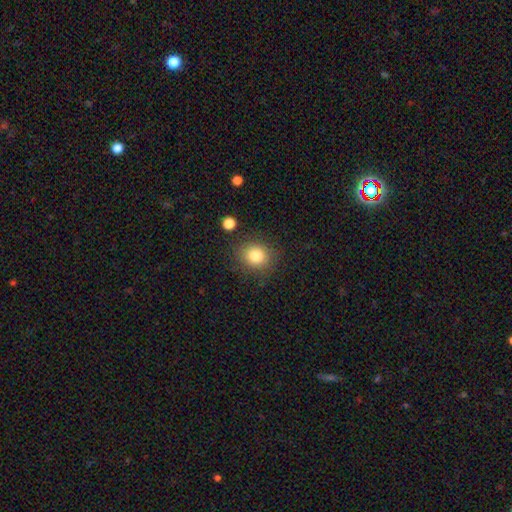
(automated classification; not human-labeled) Smooth or featured? Predicted: smooth (p=0.81). How rounded? Predicted: round (p=0.76). Merging? Predicted: none (p=0.83).